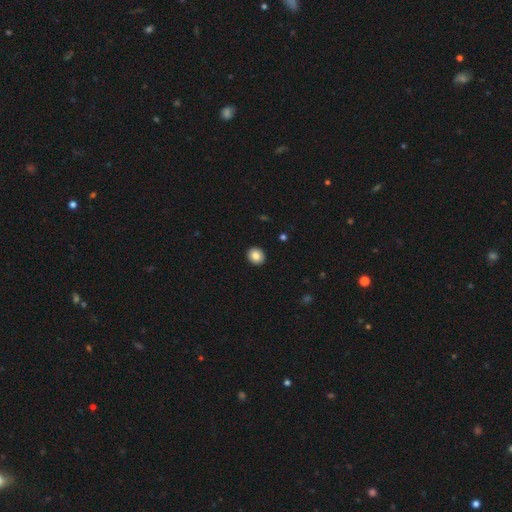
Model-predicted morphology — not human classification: smooth-or-featured: smooth: 83% | star or artifact: 9% | featured or disk: 8%
  how-rounded: round: 77% | in between: 22% | cigar-shaped: 1%
  merging: none: 92% | minor disturbance: 5% | major disturbance: 1% | merger: 1%